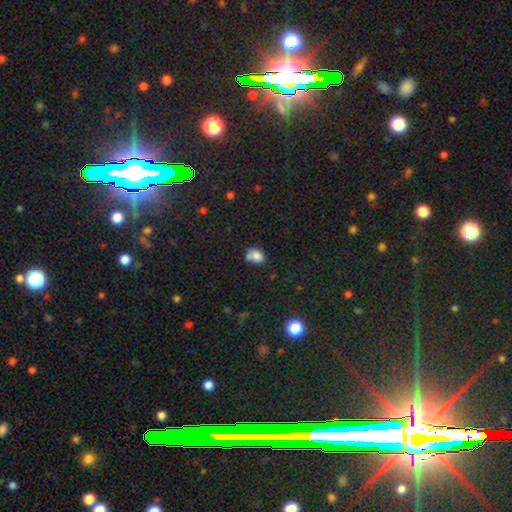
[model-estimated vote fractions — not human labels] A smooth galaxy with no disk features (79%) that is in between round and cigar-shaped (64%). Merging: none (40%).